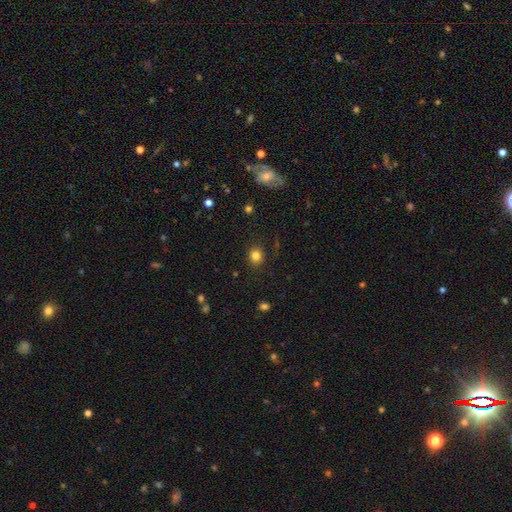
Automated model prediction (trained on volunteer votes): Q: Smooth or featured?
A: smooth (81%); runner-up: star or artifact (13%)
Q: How rounded?
A: round (76%); runner-up: in between (23%)
Q: Merging?
A: none (87%); runner-up: minor disturbance (9%)